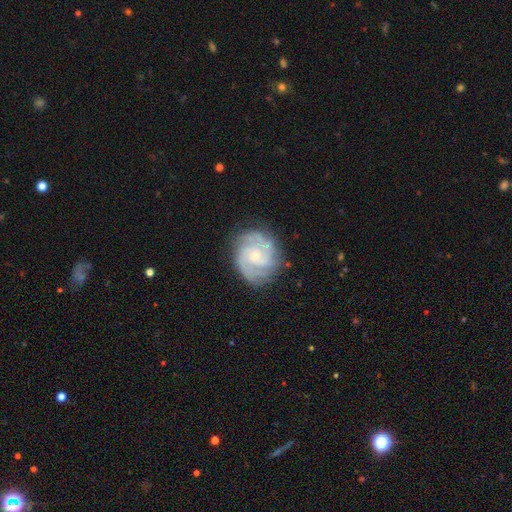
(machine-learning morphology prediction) smooth-or-featured: featured or disk: 85% | smooth: 9% | star or artifact: 5%
  disk-edge-on: no: 98% | yes: 2%
    bar: no: 62% | weak: 33% | strong: 5%
    has-spiral-arms: yes: 97% | no: 3%
      spiral-winding: tight: 58% | medium: 36% | loose: 6%
      spiral-arm-count: 2: 41% | 3: 29% | can't tell: 16% | 4: 6% | 1: 4% | more than 4: 4%
    bulge-size: small: 60% | moderate: 30% | none: 7% | large: 2% | dominant: 1%
  merging: none: 77% | minor disturbance: 16% | major disturbance: 5% | merger: 2%